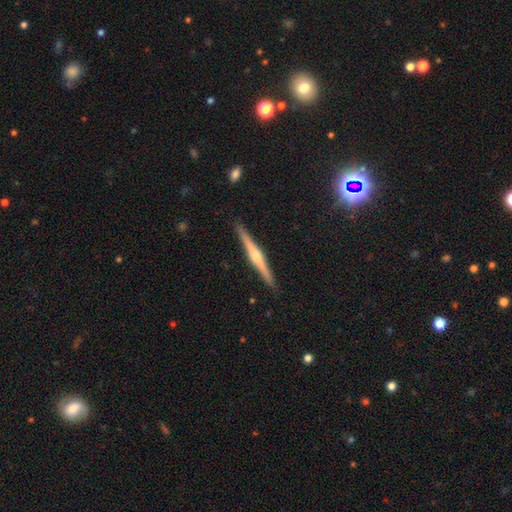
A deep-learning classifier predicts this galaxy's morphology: A featured or disk galaxy (72%) viewed edge-on (98%) with a rounded central bulge (80%).

Vote fractions:
- Smooth or featured? featured or disk: 72% / smooth: 22% / star or artifact: 5%
- Edge-on disk? yes: 98% / no: 2%
- Edge-on bulge? rounded: 80% / none: 12% / boxy: 8%
- Merging? none: 91% / minor disturbance: 6% / major disturbance: 1% / merger: 1%